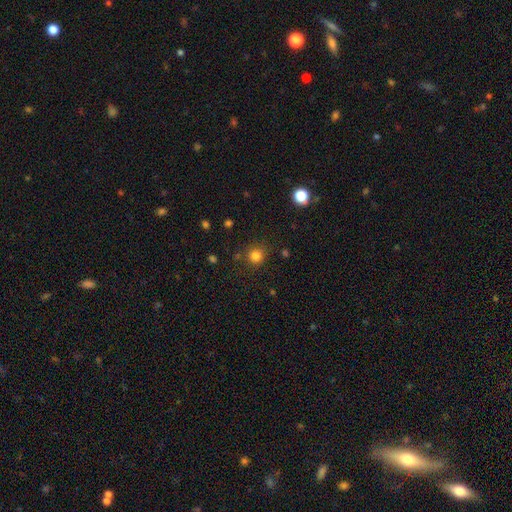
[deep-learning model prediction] smooth_or_featured: smooth (p=0.82) [alt: star or artifact p=0.14]
how_rounded: round (p=0.90) [alt: in between p=0.09]
merging: none (p=0.83) [alt: minor disturbance p=0.10]